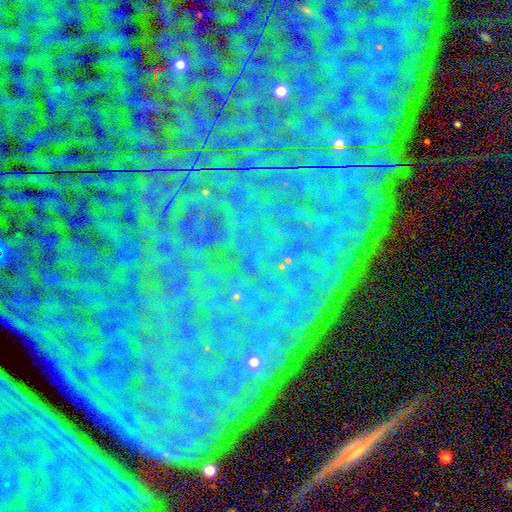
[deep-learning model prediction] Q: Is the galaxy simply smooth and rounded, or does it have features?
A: star or artifact — 82%.